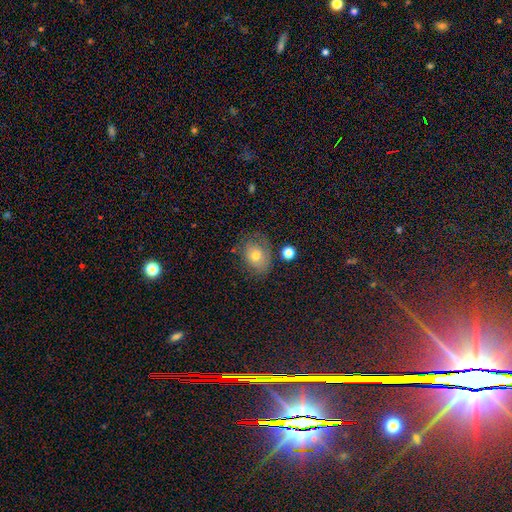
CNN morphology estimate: type=smooth (70%); roundness=in between (61%); merging=none (61%).